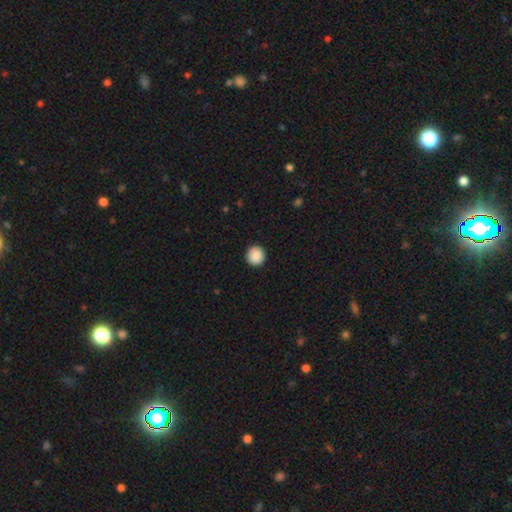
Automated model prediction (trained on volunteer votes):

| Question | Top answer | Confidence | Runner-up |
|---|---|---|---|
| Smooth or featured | smooth | 89% | star or artifact (8%) |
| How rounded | round | 96% | in between (3%) |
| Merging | none | 93% | minor disturbance (5%) |